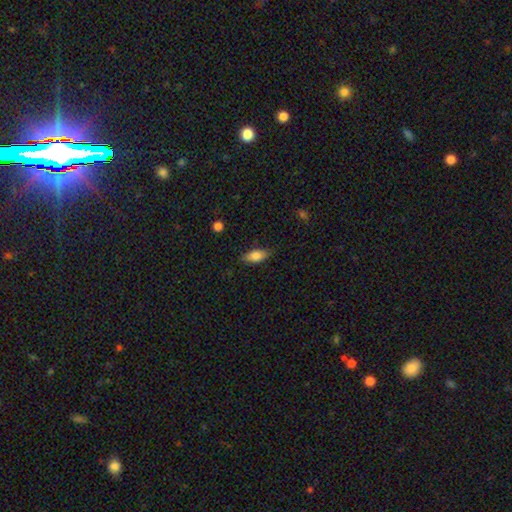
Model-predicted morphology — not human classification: Overall: smooth (78%). How rounded: in between (80%). Merging: none (82%).